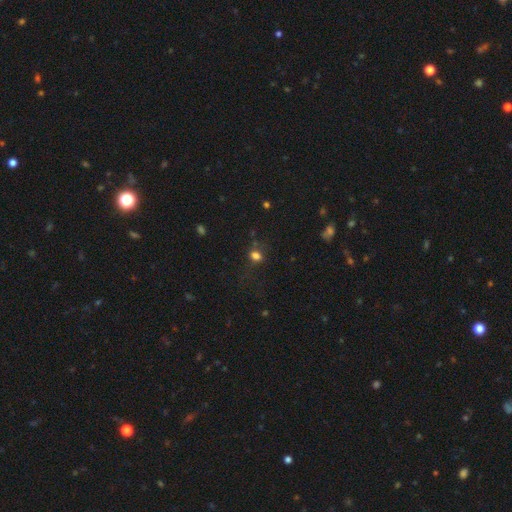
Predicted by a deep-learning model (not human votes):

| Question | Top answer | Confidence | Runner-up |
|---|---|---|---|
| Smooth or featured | smooth | 72% | star or artifact (20%) |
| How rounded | in between | 50% | round (48%) |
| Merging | none | 65% | minor disturbance (19%) |